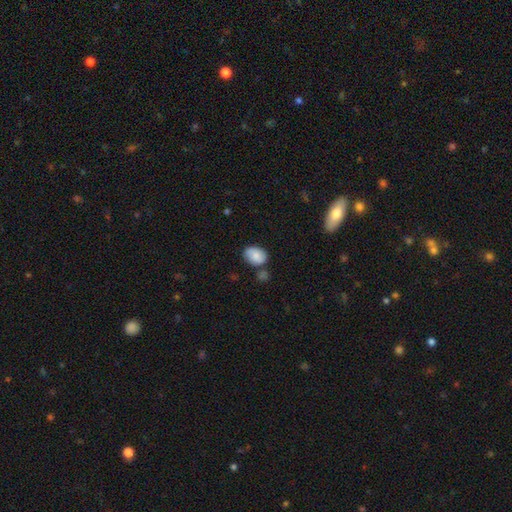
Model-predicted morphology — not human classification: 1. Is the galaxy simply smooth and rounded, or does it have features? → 75% smooth, 17% featured or disk, 8% star or artifact.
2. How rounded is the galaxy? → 78% in between, 21% round, 1% cigar-shaped.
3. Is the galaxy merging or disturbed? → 64% none, 21% minor disturbance, 11% merger, 5% major disturbance.